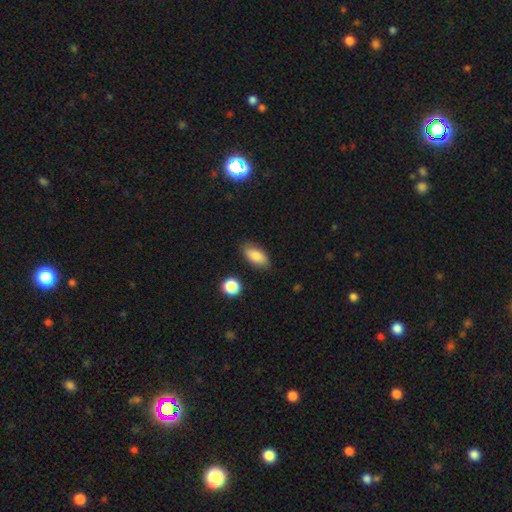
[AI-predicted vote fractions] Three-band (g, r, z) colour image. It shows a smooth galaxy with no disk features (85%) that is in between round and cigar-shaped (88%). Merging: none (84%).